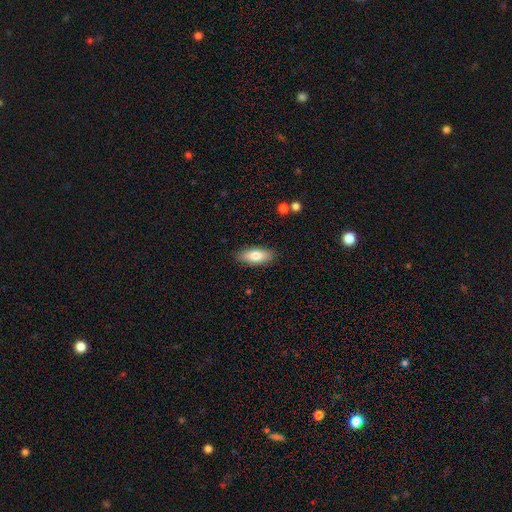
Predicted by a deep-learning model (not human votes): This appears to be a smooth galaxy with no disk features (76%) that is in between round and cigar-shaped (80%). Merging: none (86%).